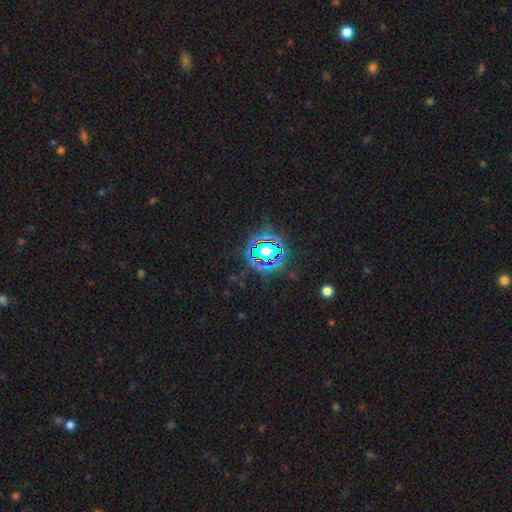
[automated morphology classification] Smooth or featured? Predicted: star or artifact (p=0.81).